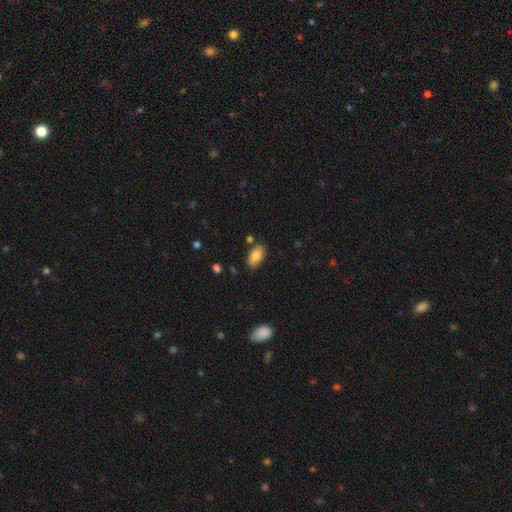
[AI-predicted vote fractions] The model was most divided on "merging": none: 81%, minor disturbance: 13%, merger: 4%, major disturbance: 3%. More confident: how rounded — in between (93%); smooth or featured — smooth (84%).